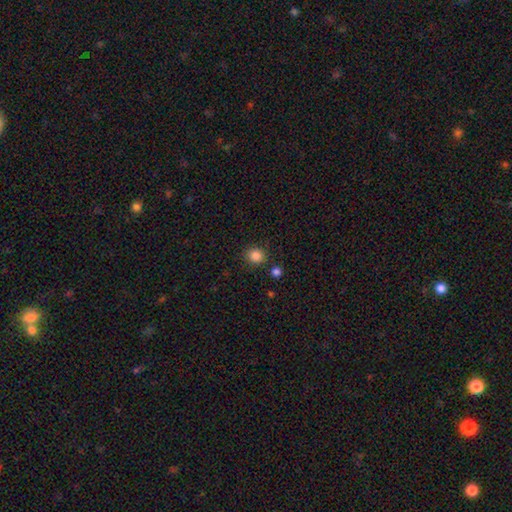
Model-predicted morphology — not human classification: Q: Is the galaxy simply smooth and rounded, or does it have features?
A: smooth — 85%.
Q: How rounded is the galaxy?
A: round — 85%.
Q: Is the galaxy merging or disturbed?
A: none — 84%.